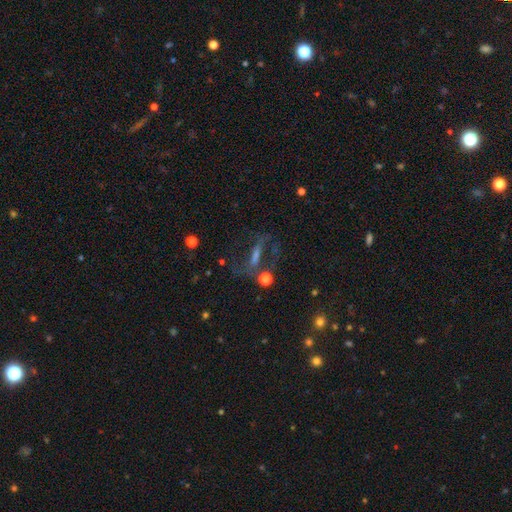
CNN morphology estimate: This is possibly a featured or disk galaxy (53%). It is likely not viewed edge-on (75%). Merging: possibly none (54%).